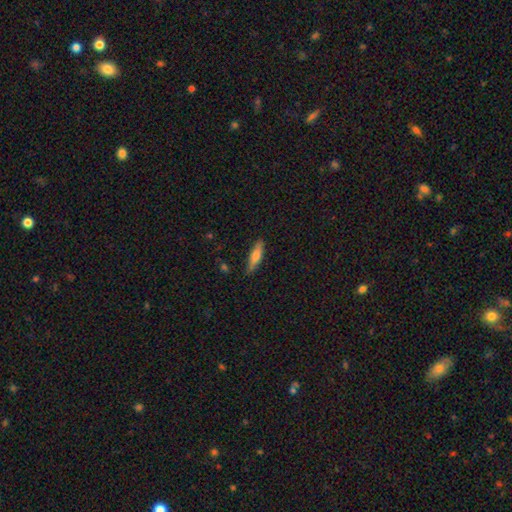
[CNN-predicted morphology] smooth_or_featured: smooth (p=0.66) [alt: featured or disk p=0.28]
how_rounded: cigar-shaped (p=0.71) [alt: in between p=0.27]
merging: none (p=0.84) [alt: minor disturbance p=0.12]